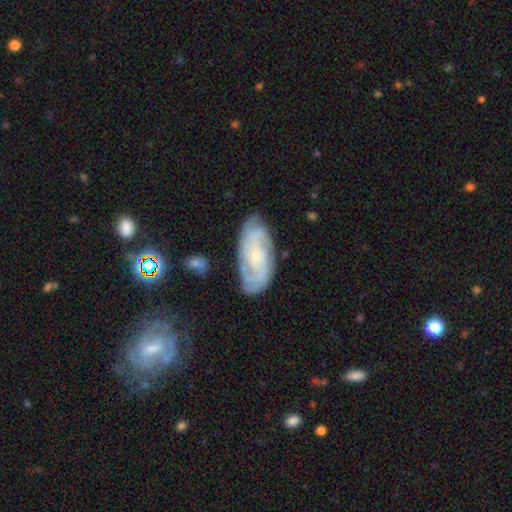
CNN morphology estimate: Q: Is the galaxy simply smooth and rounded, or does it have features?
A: featured or disk — 77%.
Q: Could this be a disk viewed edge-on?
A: no — 93%.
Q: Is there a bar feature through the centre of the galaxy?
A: no — 66%.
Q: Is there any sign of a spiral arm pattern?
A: yes — 94%.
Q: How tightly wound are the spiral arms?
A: tight — 59%.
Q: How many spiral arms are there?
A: can't tell — 35%.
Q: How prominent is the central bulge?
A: small — 75%.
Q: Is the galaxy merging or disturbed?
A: none — 76%.